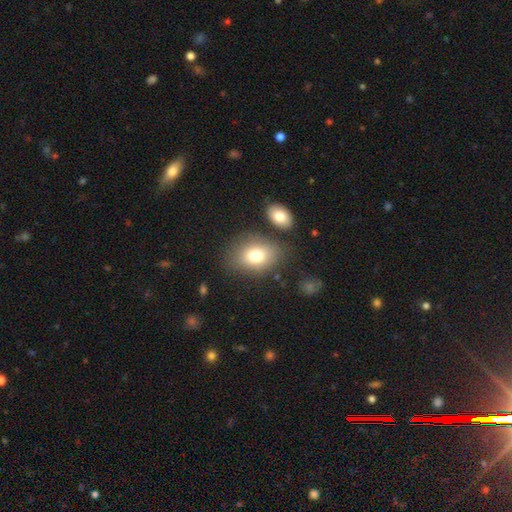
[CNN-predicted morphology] Q: Smooth or featured?
A: smooth (77%); runner-up: featured or disk (13%)
Q: How rounded?
A: in between (71%); runner-up: round (28%)
Q: Merging?
A: none (70%); runner-up: minor disturbance (14%)